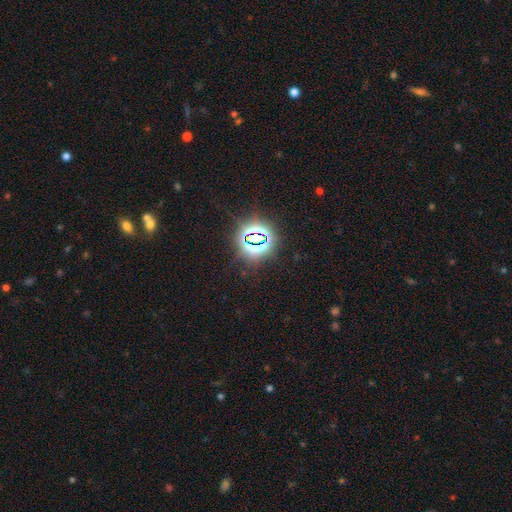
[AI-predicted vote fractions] smooth-or-featured: star or artifact: 79% | smooth: 13% | featured or disk: 8%